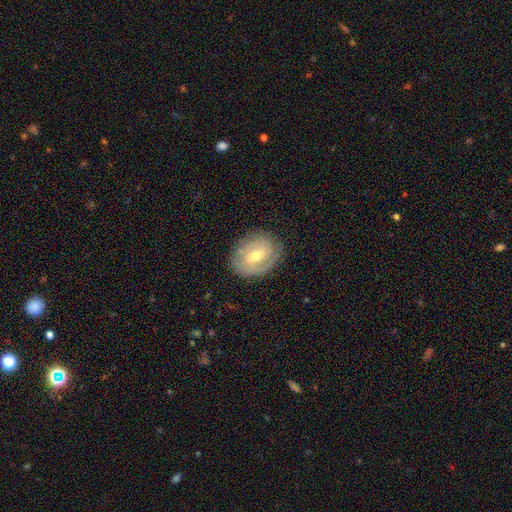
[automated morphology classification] The model was most divided on "bar": weak: 47%, no: 38%, strong: 15%. More confident: edge-on disk — no (96%); spiral arms — yes (91%); merging — none (80%); smooth or featured — featured or disk (78%); spiral winding — tight (66%); bulge size — moderate (57%); spiral arm count — 2 (50%).